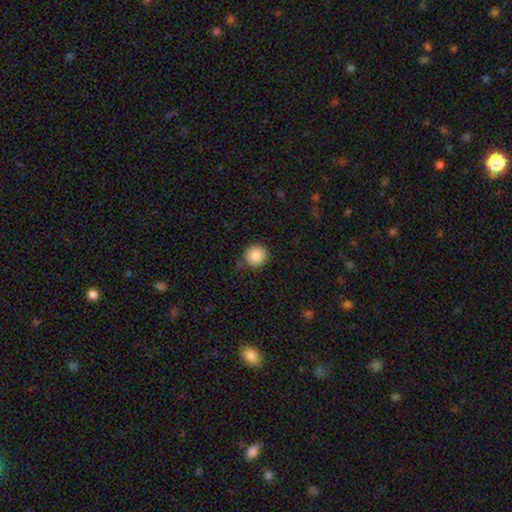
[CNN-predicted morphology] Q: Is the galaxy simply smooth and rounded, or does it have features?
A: smooth — 87%.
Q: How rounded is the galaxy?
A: round — 93%.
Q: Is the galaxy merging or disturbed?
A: none — 85%.